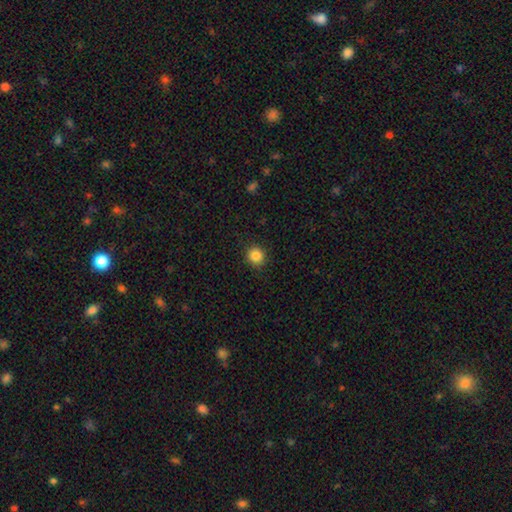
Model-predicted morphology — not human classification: The model was most divided on "smooth or featured": smooth: 85%, star or artifact: 11%, featured or disk: 4%. More confident: how rounded — round (92%); merging — none (91%).